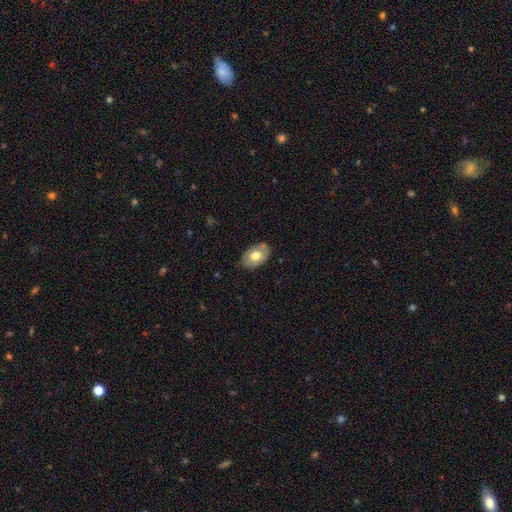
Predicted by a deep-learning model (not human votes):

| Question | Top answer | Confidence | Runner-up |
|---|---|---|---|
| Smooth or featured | smooth | 64% | featured or disk (30%) |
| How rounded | in between | 87% | round (12%) |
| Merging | none | 79% | minor disturbance (17%) |